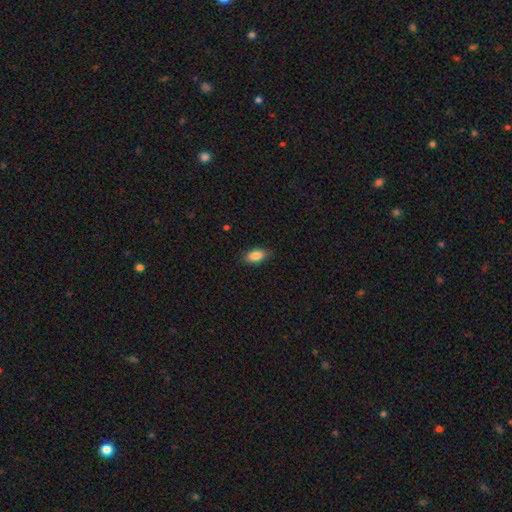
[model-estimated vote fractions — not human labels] Overall: smooth (85%). How rounded: in between (88%). Merging: none (85%).